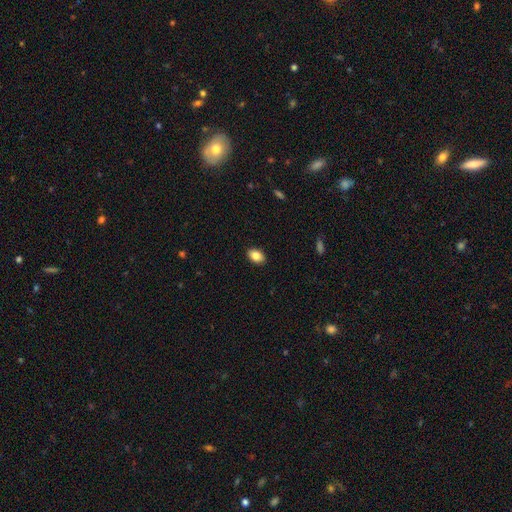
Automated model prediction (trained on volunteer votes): Smooth or featured?
  - smooth: 85% *
  - star or artifact: 8%
  - featured or disk: 7%
How rounded?
  - in between: 83% *
  - round: 16%
  - cigar-shaped: 1%
Merging?
  - none: 90% *
  - minor disturbance: 7%
  - major disturbance: 2%
  - merger: 1%